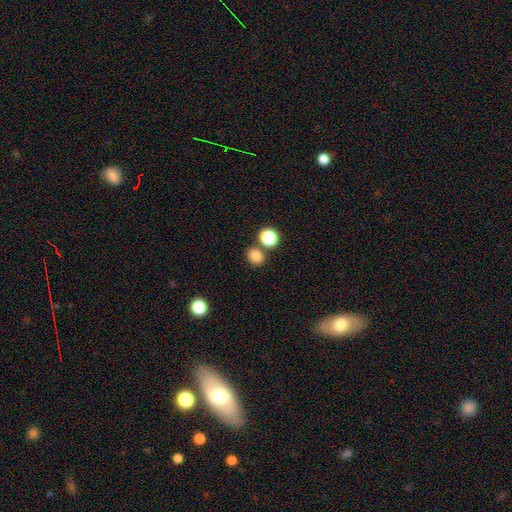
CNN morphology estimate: Overall: smooth (82%). How rounded: round (66%; in between 33%). Merging: none (74%).